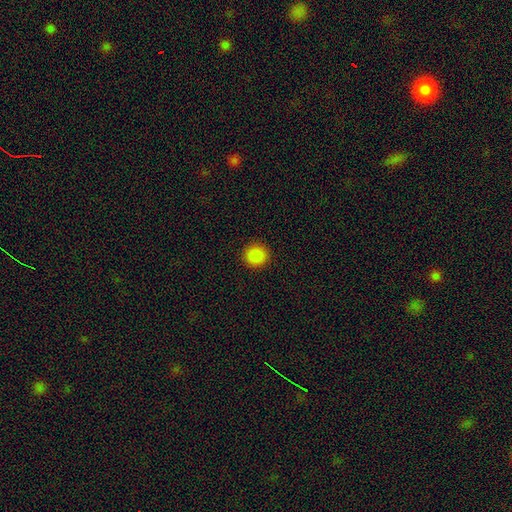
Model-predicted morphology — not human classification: Smooth or featured: smooth — 88% (star or artifact — 10%)
How rounded: round — 93% (in between — 6%)
Merging: none — 92% (minor disturbance — 5%)